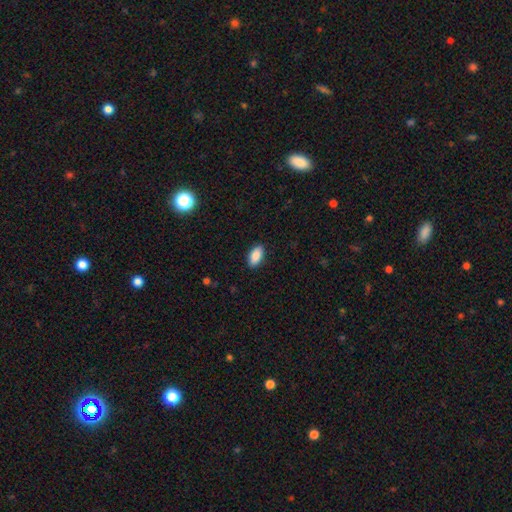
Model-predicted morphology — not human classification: type=smooth (89%); roundness=in between (92%); merging=none (89%).